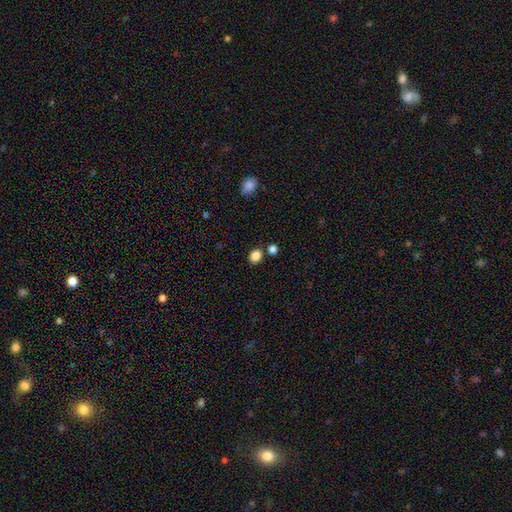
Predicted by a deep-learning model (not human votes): A smooth galaxy with no disk features (85%) that is round (51%). Merging: none (79%).